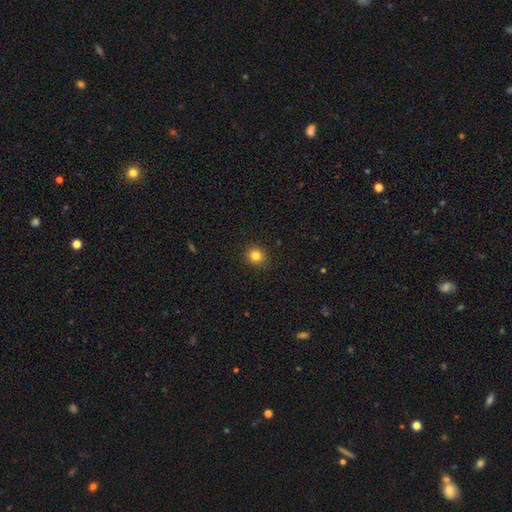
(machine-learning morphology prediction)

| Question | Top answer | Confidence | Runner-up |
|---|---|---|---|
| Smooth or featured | smooth | 82% | star or artifact (12%) |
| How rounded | round | 87% | in between (12%) |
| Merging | none | 91% | minor disturbance (7%) |